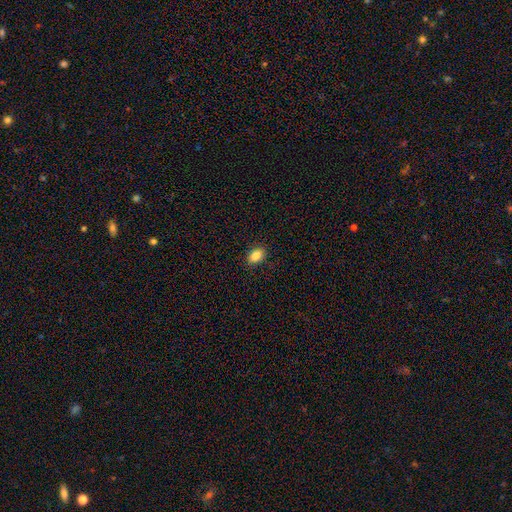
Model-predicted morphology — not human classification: A smooth galaxy with no disk features (86%) that is in between round and cigar-shaped (80%). Merging: none (88%).